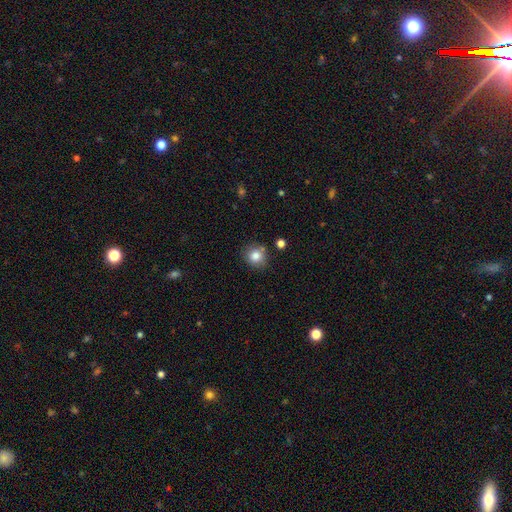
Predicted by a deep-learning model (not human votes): Q: Smooth or featured?
A: smooth (82%); runner-up: star or artifact (11%)
Q: How rounded?
A: round (86%); runner-up: in between (13%)
Q: Merging?
A: none (78%); runner-up: minor disturbance (12%)